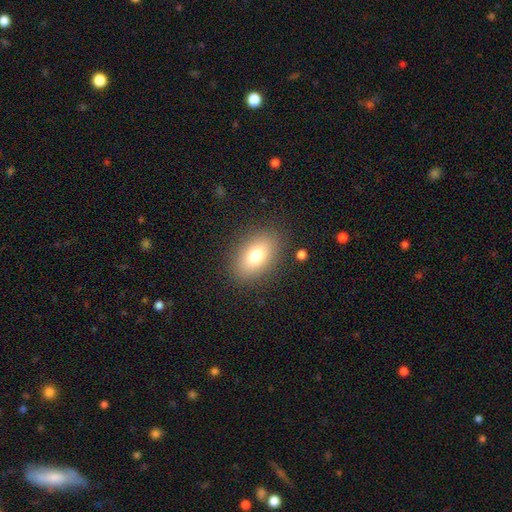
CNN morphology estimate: smooth 75%, featured or disk 14%, star or artifact 11%. Down the decision tree: how rounded — in between (84%); merging — none (85%).